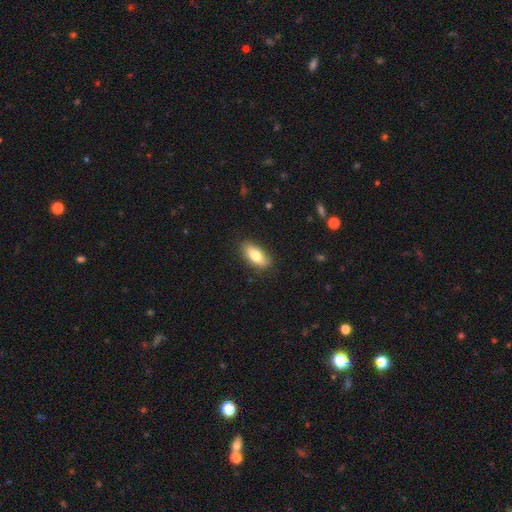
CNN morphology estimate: Overall: smooth (77%). How rounded: in between (85%). Merging: none (83%).